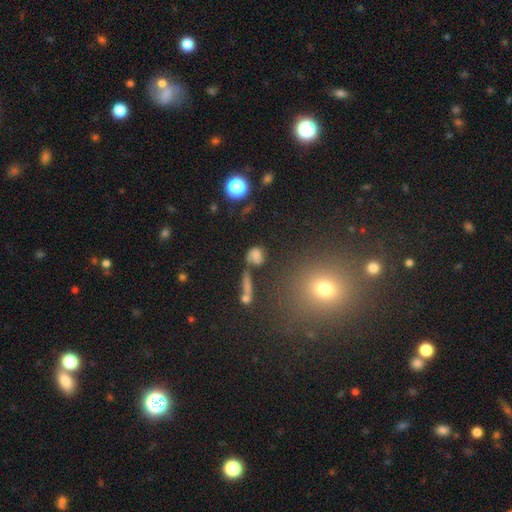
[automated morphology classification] type=smooth (61%); roundness=round (57%); merging=none (50%).